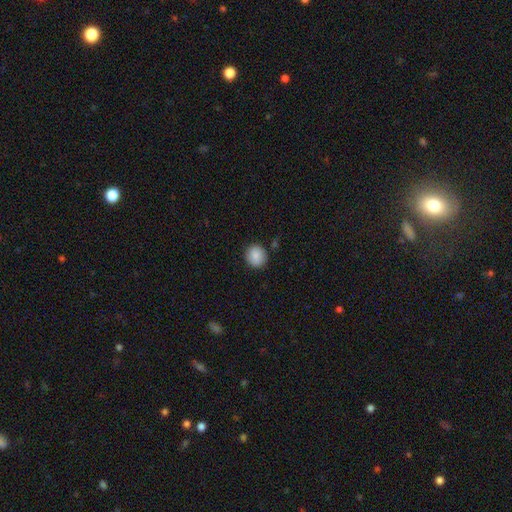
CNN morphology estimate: Smooth or featured?
  - smooth: 87% *
  - star or artifact: 8%
  - featured or disk: 6%
How rounded?
  - round: 82% *
  - in between: 17%
  - cigar-shaped: 1%
Merging?
  - none: 86% *
  - minor disturbance: 10%
  - major disturbance: 2%
  - merger: 2%